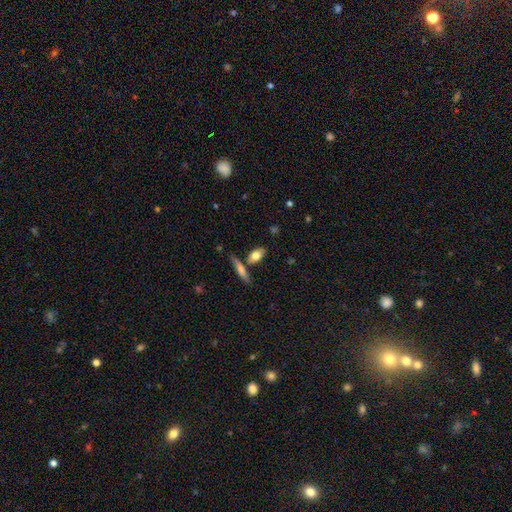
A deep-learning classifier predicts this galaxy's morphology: A smooth galaxy with no disk features (75%) that is in between round and cigar-shaped (78%). Merging: none (66%).